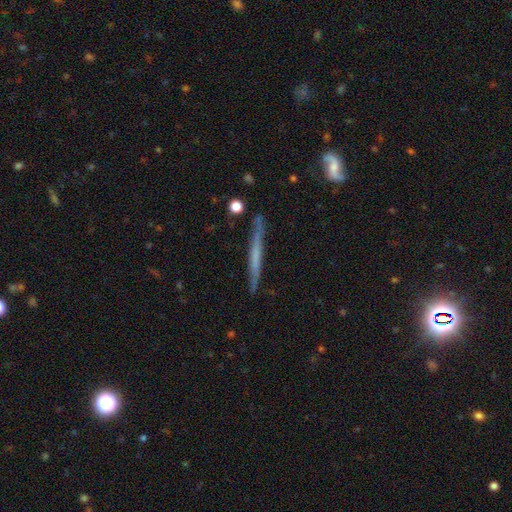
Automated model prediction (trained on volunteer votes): smooth-or-featured: featured or disk: 56% | smooth: 38% | star or artifact: 6%
  disk-edge-on: yes: 96% | no: 4%
    edge-on-bulge: none: 79% | rounded: 12% | boxy: 8%
  merging: none: 86% | minor disturbance: 10% | major disturbance: 2% | merger: 2%